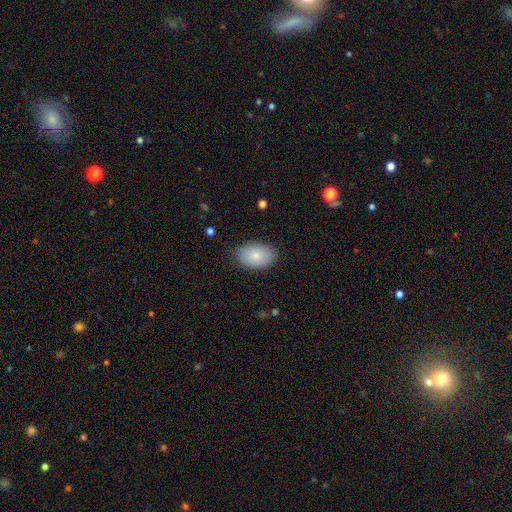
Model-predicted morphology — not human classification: Q: Smooth or featured?
A: smooth (83%); runner-up: featured or disk (10%)
Q: How rounded?
A: in between (89%); runner-up: round (10%)
Q: Merging?
A: none (85%); runner-up: minor disturbance (12%)